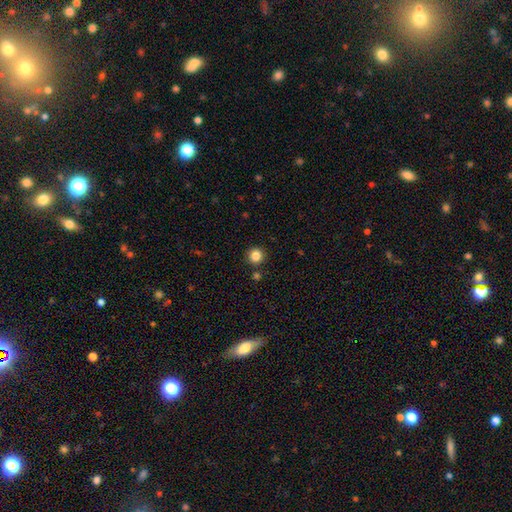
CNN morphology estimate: This is clearly a smooth galaxy (84%). How rounded: clearly round (92%). Merging: clearly none (87%).